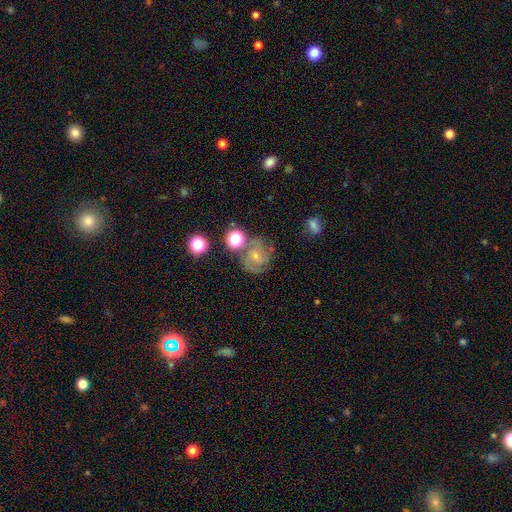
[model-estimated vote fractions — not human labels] Q: Smooth or featured?
A: featured or disk (66%); runner-up: smooth (22%)
Q: Edge-on disk?
A: no (98%); runner-up: yes (2%)
Q: Bar?
A: no (51%); runner-up: weak (40%)
Q: Spiral arms?
A: yes (93%); runner-up: no (7%)
Q: Spiral winding?
A: medium (47%); runner-up: tight (41%)
Q: Spiral arm count?
A: 2 (37%); runner-up: 3 (27%)
Q: Bulge size?
A: small (63%); runner-up: moderate (28%)
Q: Merging?
A: none (64%); runner-up: minor disturbance (17%)